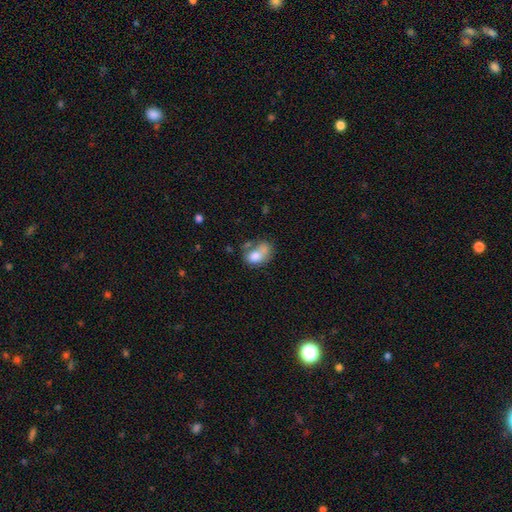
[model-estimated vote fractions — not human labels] This appears to be a smooth galaxy with no disk features (71%) that is in between round and cigar-shaped (78%). Merging: merger (36%).